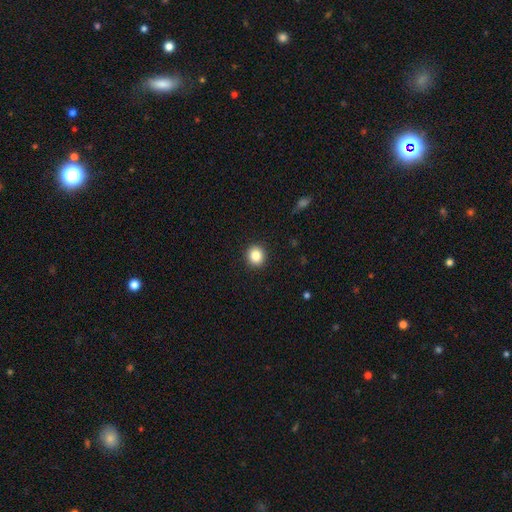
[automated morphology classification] A smooth galaxy with no disk features (86%) that is round (86%).

Vote fractions:
- Smooth or featured? smooth: 86% / star or artifact: 10% / featured or disk: 5%
- How rounded? round: 86% / in between: 14% / cigar-shaped: 1%
- Merging? none: 92% / minor disturbance: 5% / major disturbance: 2% / merger: 1%